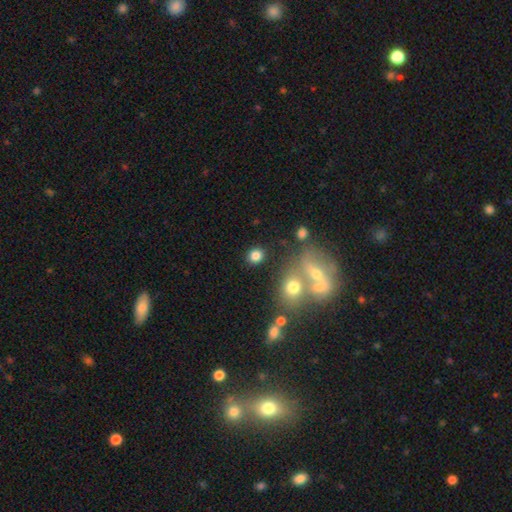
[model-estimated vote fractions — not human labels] A smooth galaxy with no disk features (81%) that is round (82%).

Vote fractions:
- Smooth or featured? smooth: 81% / star or artifact: 12% / featured or disk: 7%
- How rounded? round: 82% / in between: 17% / cigar-shaped: 1%
- Merging? none: 81% / minor disturbance: 8% / merger: 7% / major disturbance: 4%